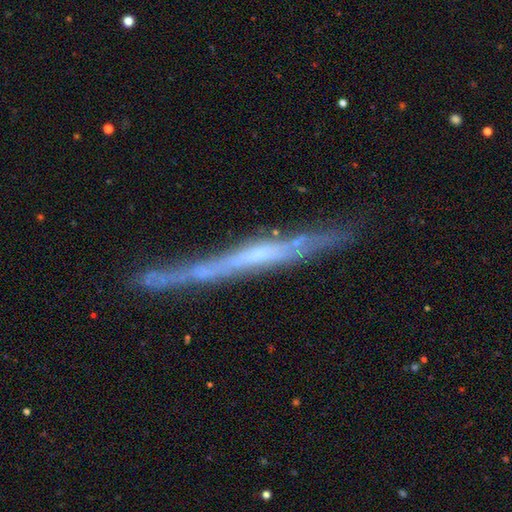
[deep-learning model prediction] smooth_or_featured: featured or disk (p=0.75) [alt: smooth p=0.18]
disk_edge_on: yes (p=0.93) [alt: no p=0.07]
edge_on_bulge: none (p=0.72) [alt: rounded p=0.19]
merging: none (p=0.74) [alt: minor disturbance p=0.18]